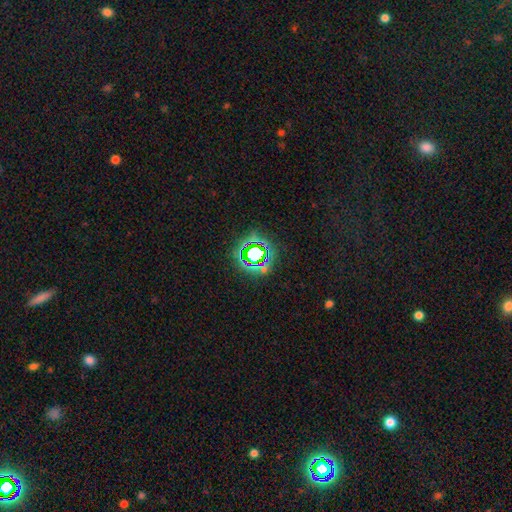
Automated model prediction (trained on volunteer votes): Morphology: type=star or artifact (68%).